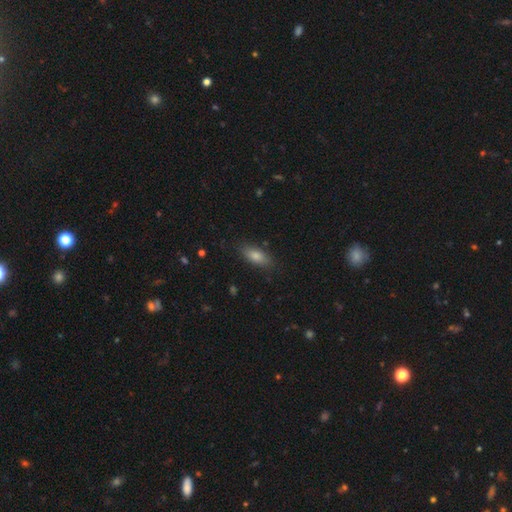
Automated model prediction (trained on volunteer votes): Morphology: type=smooth (77%); roundness=in between (77%); merging=none (86%).